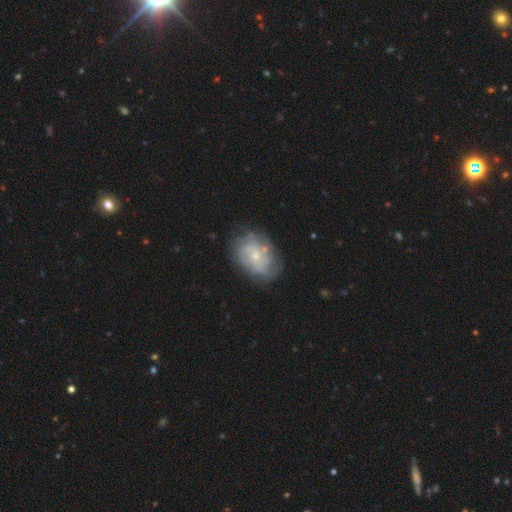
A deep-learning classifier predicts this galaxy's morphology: A featured or disk galaxy (70%) with no bar (75%), tight (53%) spiral arms (84%) and a small central bulge (71%).

Vote fractions:
- Smooth or featured? featured or disk: 70% / smooth: 22% / star or artifact: 8%
- Edge-on disk? no: 97% / yes: 3%
- Bar? no: 75% / weak: 22% / strong: 3%
- Spiral arms? yes: 84% / no: 16%
- Spiral winding? tight: 53% / medium: 34% / loose: 13%
- Spiral arm count? can't tell: 47% / 2: 18% / 3: 14% / 4: 11% / more than 4: 5% / 1: 5%
- Bulge size? small: 71% / moderate: 24% / none: 3% / large: 1% / dominant: 1%
- Merging? none: 69% / minor disturbance: 20% / major disturbance: 9% / merger: 2%